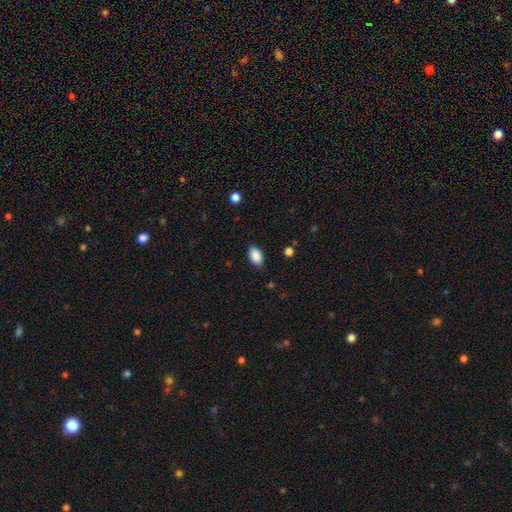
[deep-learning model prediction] A smooth galaxy with no disk features (88%) that is in between round and cigar-shaped (91%). Merging: none (84%).